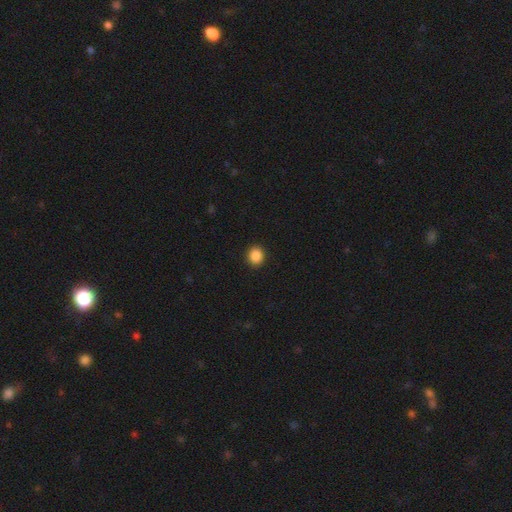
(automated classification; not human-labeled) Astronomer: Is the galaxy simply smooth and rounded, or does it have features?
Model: smooth — 88%.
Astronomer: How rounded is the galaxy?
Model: round — 74%.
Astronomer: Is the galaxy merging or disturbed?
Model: none — 92%.